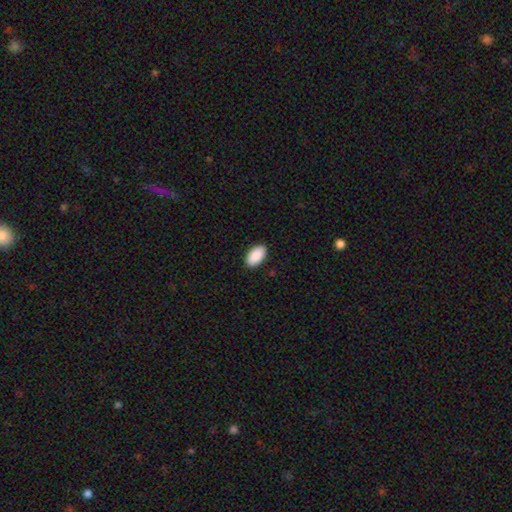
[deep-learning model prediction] A smooth galaxy with no disk features (91%) that is in between round and cigar-shaped (96%).

Vote fractions:
- Smooth or featured? smooth: 91% / star or artifact: 6% / featured or disk: 3%
- How rounded? in between: 96% / round: 3% / cigar-shaped: 2%
- Merging? none: 90% / minor disturbance: 7% / major disturbance: 2% / merger: 1%